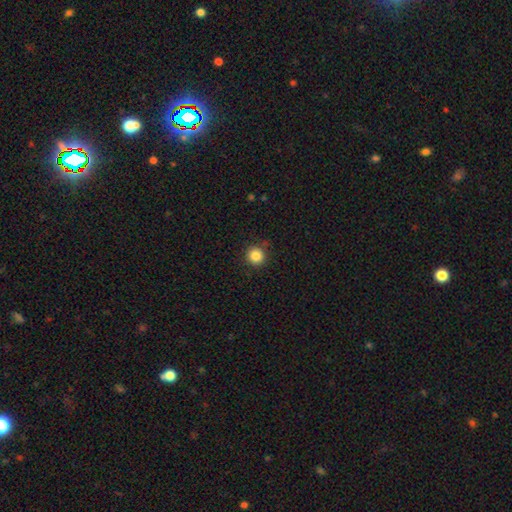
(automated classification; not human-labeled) Smooth or featured? Predicted: smooth (p=0.85). How rounded? Predicted: round (p=0.94). Merging? Predicted: none (p=0.89).